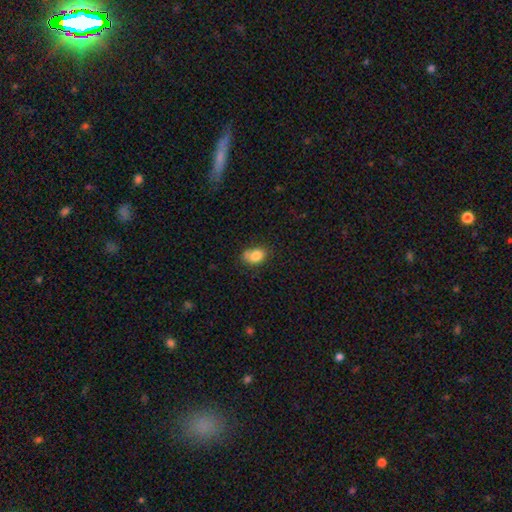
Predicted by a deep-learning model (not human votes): Morphology: type=smooth (82%); roundness=in between (76%); merging=none (57%).